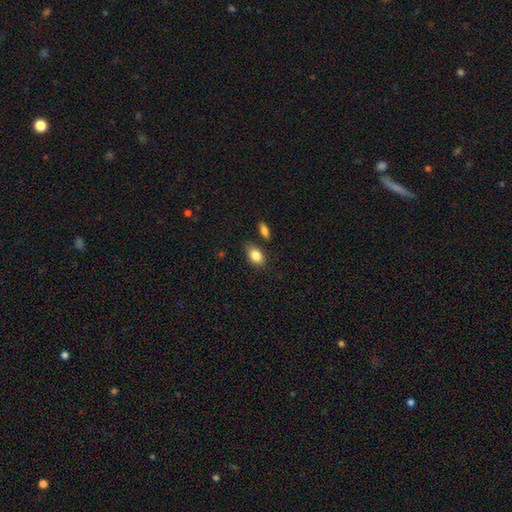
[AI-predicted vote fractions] Smooth or featured: smooth — 85% (star or artifact — 7%)
How rounded: in between — 85% (round — 13%)
Merging: none — 73% (minor disturbance — 18%)